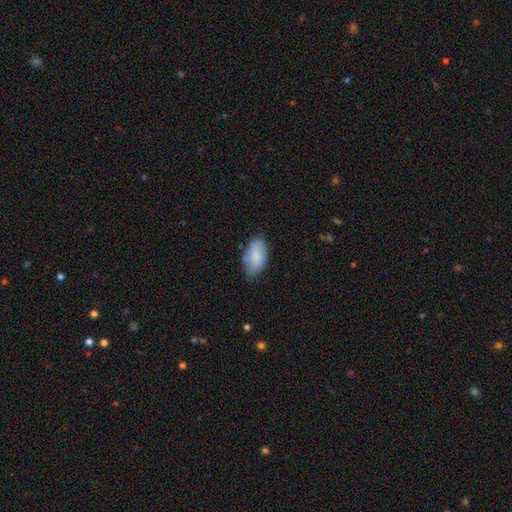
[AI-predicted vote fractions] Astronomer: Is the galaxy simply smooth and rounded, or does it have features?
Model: smooth — 82%.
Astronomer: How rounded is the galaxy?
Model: in between — 94%.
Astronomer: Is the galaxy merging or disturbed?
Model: none — 68%.